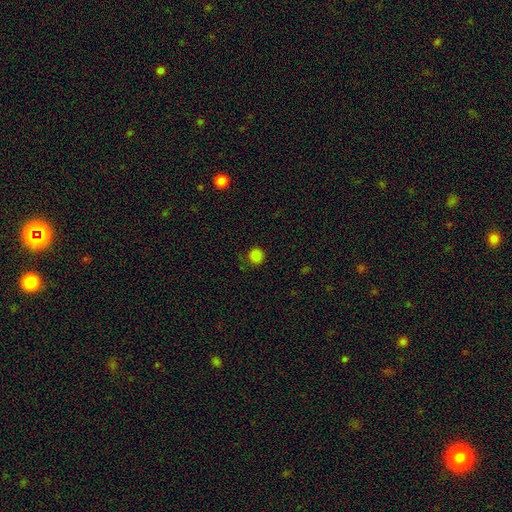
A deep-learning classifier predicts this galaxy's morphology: Smooth or featured: smooth — 82% (star or artifact — 15%)
How rounded: round — 90% (in between — 9%)
Merging: none — 81% (minor disturbance — 13%)